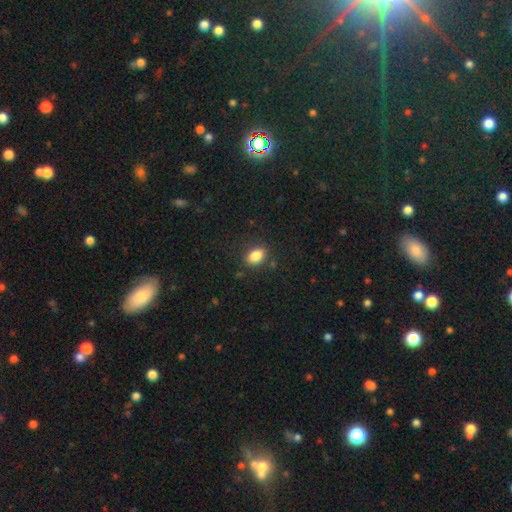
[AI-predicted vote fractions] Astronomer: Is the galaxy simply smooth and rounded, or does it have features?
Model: smooth — 85%.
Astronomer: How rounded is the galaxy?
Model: in between — 84%.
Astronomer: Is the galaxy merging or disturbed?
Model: none — 85%.